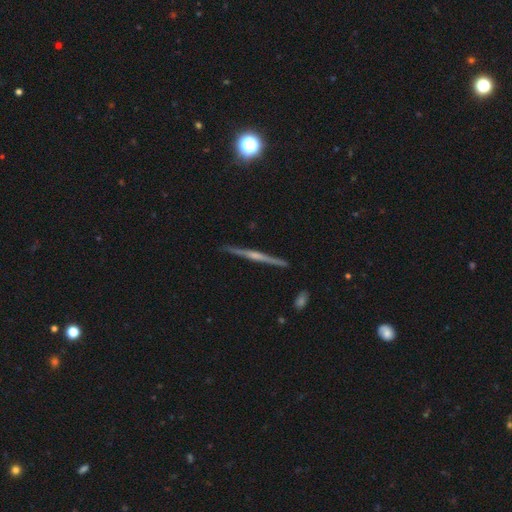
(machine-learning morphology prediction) Smooth or featured? featured or disk (80%)
Edge-on disk? yes (98%)
Edge-on bulge? rounded (69%)
Merging? none (91%)